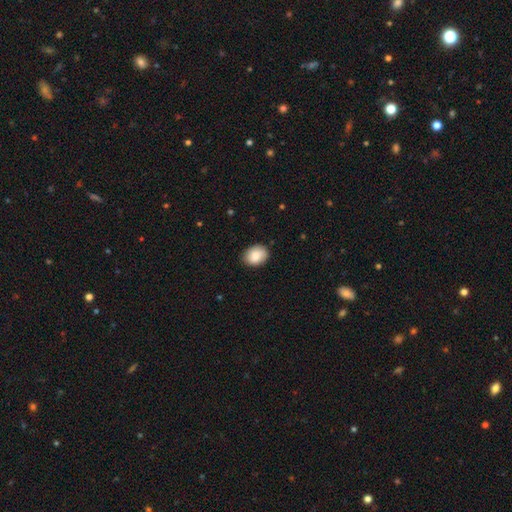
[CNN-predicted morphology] Overall: smooth (87%). How rounded: in between (67%; round 32%). Merging: none (84%).